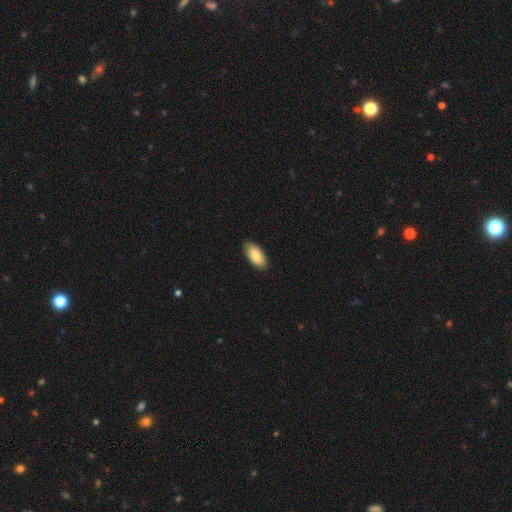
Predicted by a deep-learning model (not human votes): Smooth or featured? smooth (84%)
How rounded? in between (92%)
Merging? none (89%)